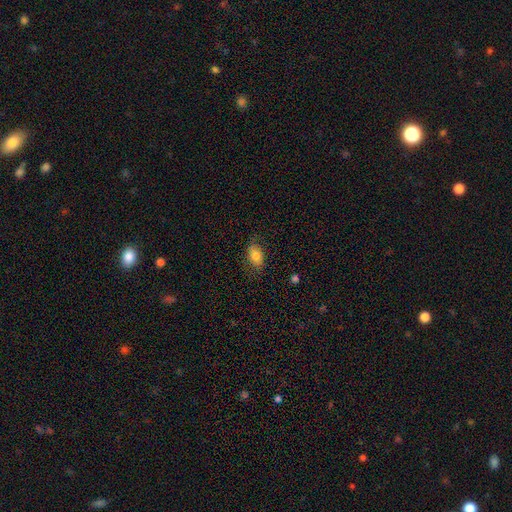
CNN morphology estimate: smooth 79%, featured or disk 13%, star or artifact 8%. Down the decision tree: how rounded — in between (87%); merging — none (76%).